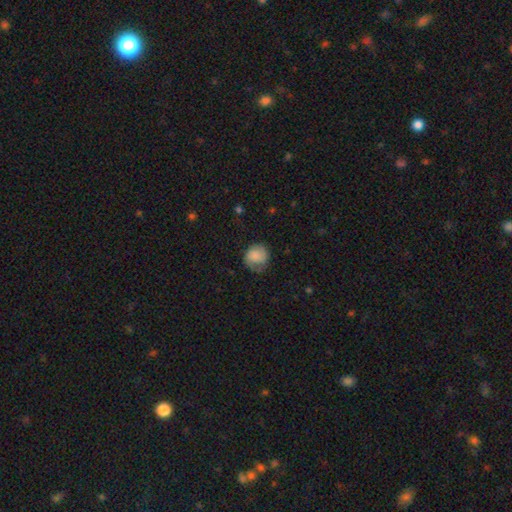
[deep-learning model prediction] This appears to be a smooth galaxy with no disk features (75%) that is round (80%). Merging: none (57%).